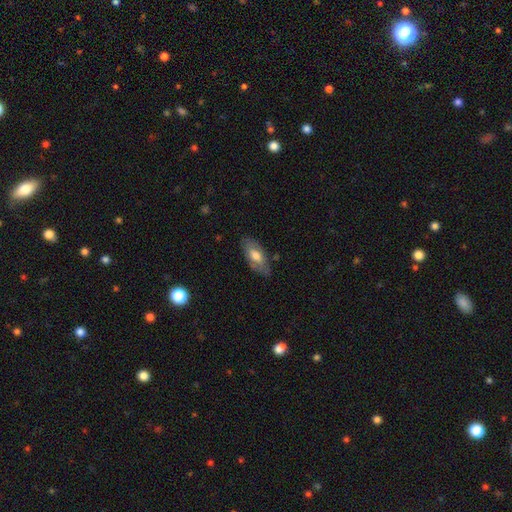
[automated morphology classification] A smooth galaxy with no disk features (60%) that is in between round and cigar-shaped (86%).

Vote fractions:
- Smooth or featured? smooth: 60% / featured or disk: 34% / star or artifact: 6%
- How rounded? in between: 86% / cigar-shaped: 12% / round: 2%
- Merging? none: 76% / minor disturbance: 18% / major disturbance: 4% / merger: 2%